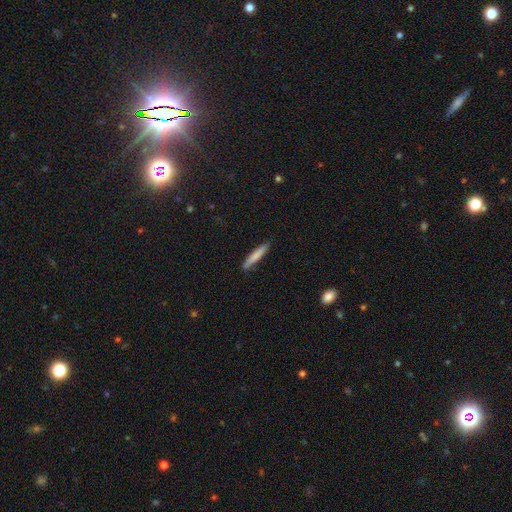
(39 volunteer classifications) Q: Smooth or featured?
A: smooth (79%); runner-up: featured or disk (18%)
Q: How rounded?
A: cigar-shaped (100%)
Q: Merging?
A: none (92%); runner-up: minor disturbance (5%)